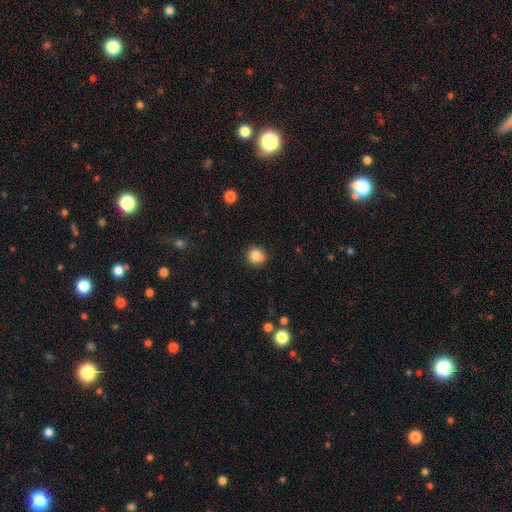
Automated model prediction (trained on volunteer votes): The model was most divided on "merging": none: 70%, merger: 15%, minor disturbance: 13%, major disturbance: 3%. More confident: how rounded — round (88%); smooth or featured — smooth (80%).